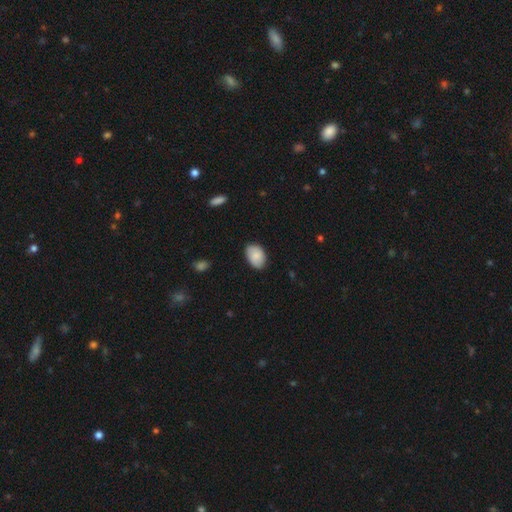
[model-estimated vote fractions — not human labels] A smooth galaxy with no disk features (86%) that is in between round and cigar-shaped (85%).

Vote fractions:
- Smooth or featured? smooth: 86% / featured or disk: 8% / star or artifact: 7%
- How rounded? in between: 85% / round: 14% / cigar-shaped: 1%
- Merging? none: 81% / minor disturbance: 15% / major disturbance: 2% / merger: 1%